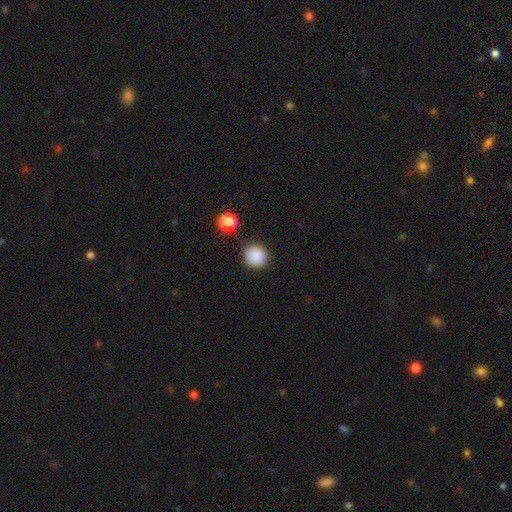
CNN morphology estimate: Smooth or featured? smooth (86%)
How rounded? round (91%)
Merging? none (84%)